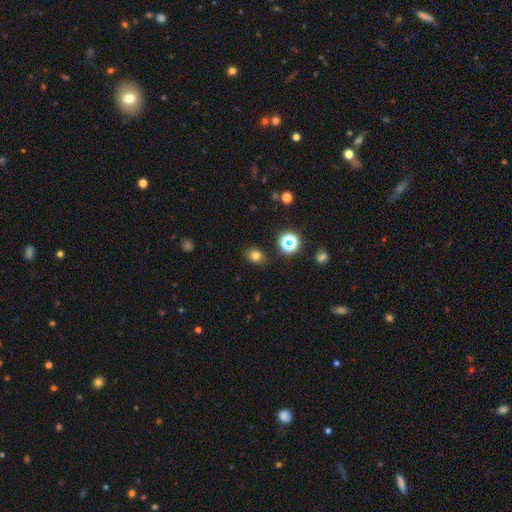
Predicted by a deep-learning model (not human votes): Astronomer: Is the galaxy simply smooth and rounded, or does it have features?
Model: smooth — 74%.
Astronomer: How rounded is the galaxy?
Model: round — 51% (runner-up: in between, 48%).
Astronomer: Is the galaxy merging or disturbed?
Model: none — 83%.